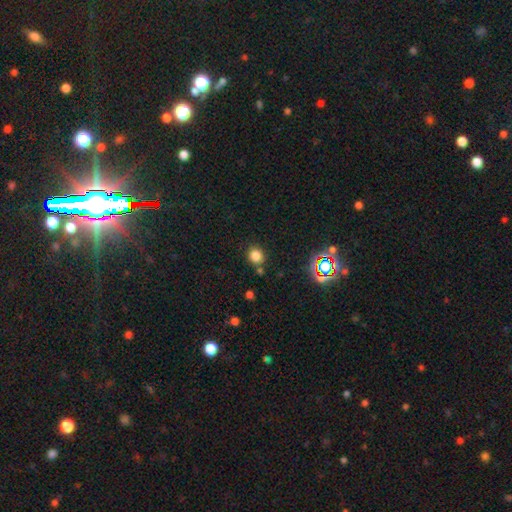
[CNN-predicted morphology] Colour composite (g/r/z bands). It shows a smooth galaxy with no disk features (79%) that is round (84%). Merging: none (79%).